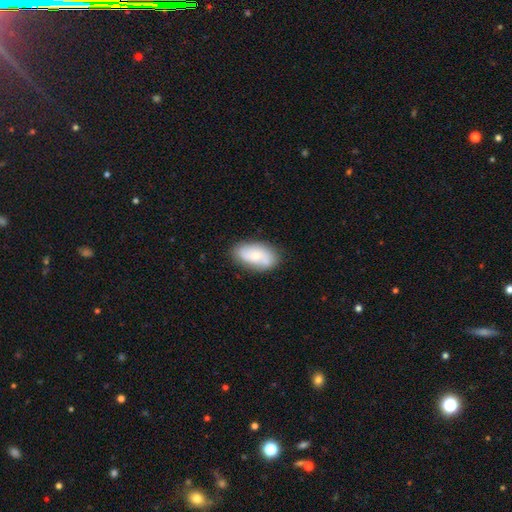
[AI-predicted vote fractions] Smooth or featured? Predicted: smooth (p=0.52). How rounded? Predicted: in between (p=0.92). Merging? Predicted: none (p=0.71).